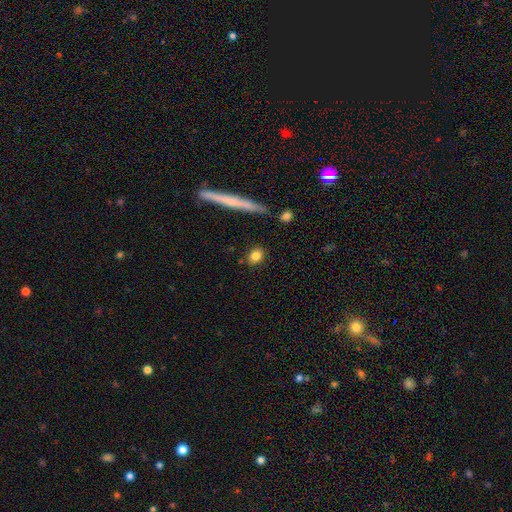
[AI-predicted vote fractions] Morphology: type=smooth (83%); roundness=round (51%); merging=none (86%).